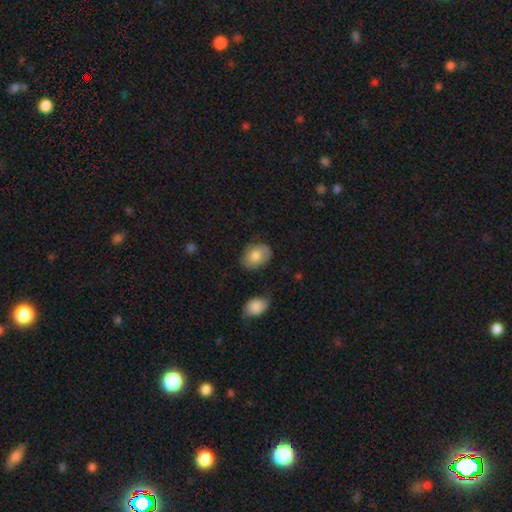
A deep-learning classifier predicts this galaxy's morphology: A smooth galaxy with no disk features (77%) that is in between round and cigar-shaped (77%). Merging: none (68%).